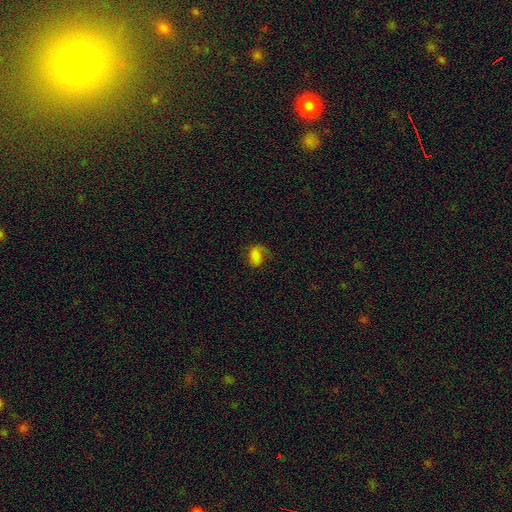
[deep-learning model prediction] The model was most divided on "merging": none: 49%, minor disturbance: 26%, major disturbance: 23%, merger: 2%. More confident: how rounded — in between (75%); smooth or featured — smooth (67%).